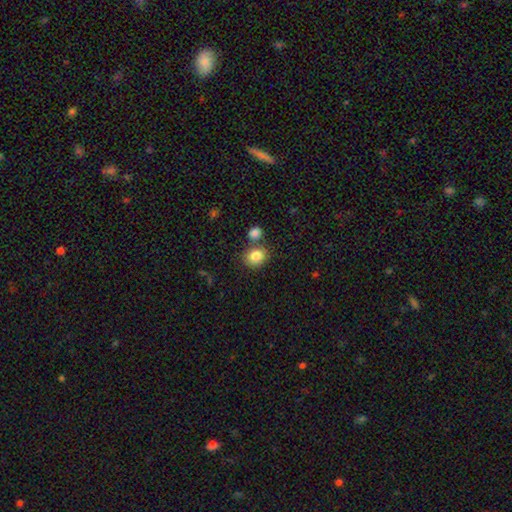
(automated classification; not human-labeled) This is clearly a smooth galaxy (85%). How rounded: possibly round (56%). Merging: likely none (66%).